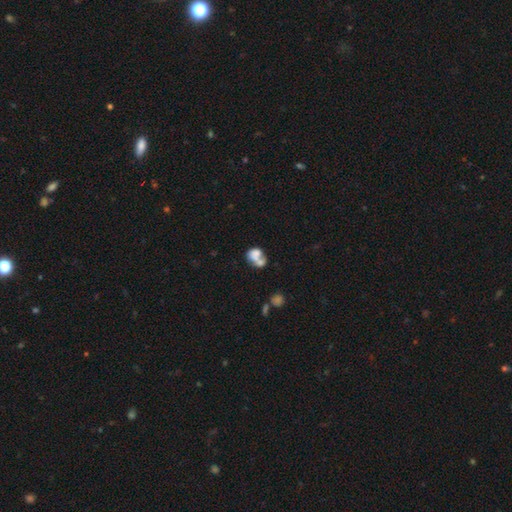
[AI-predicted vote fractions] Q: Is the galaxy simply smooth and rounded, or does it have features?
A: smooth — 62%.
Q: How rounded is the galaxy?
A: in between — 54%.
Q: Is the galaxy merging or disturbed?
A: merger — 61%.